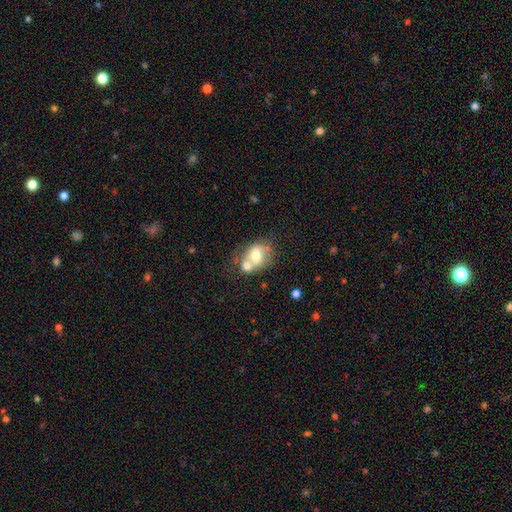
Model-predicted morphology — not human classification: smooth_or_featured: smooth (p=0.61) [alt: featured or disk p=0.30]
how_rounded: in between (p=0.51) [alt: round p=0.48]
merging: merger (p=0.47) [alt: none p=0.35]